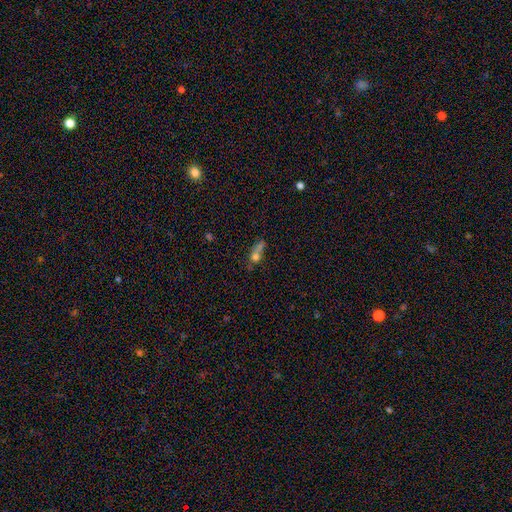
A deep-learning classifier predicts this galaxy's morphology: Q: Smooth or featured?
A: smooth (60%); runner-up: featured or disk (21%)
Q: How rounded?
A: in between (45%); runner-up: round (38%)
Q: Merging?
A: merger (37%); runner-up: none (31%)